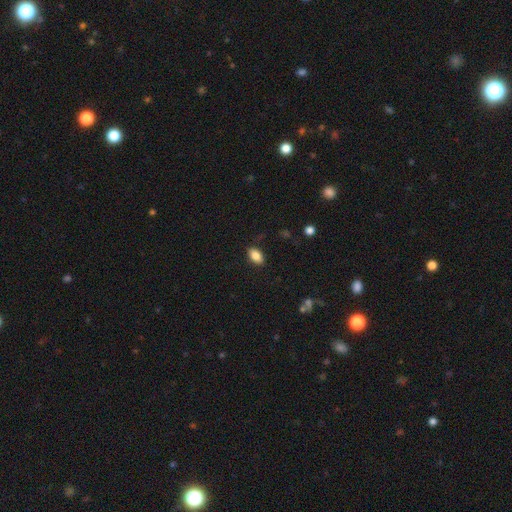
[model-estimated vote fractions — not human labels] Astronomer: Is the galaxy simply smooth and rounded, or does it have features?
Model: smooth — 85%.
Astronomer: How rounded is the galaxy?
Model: in between — 90%.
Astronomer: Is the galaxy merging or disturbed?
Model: none — 85%.